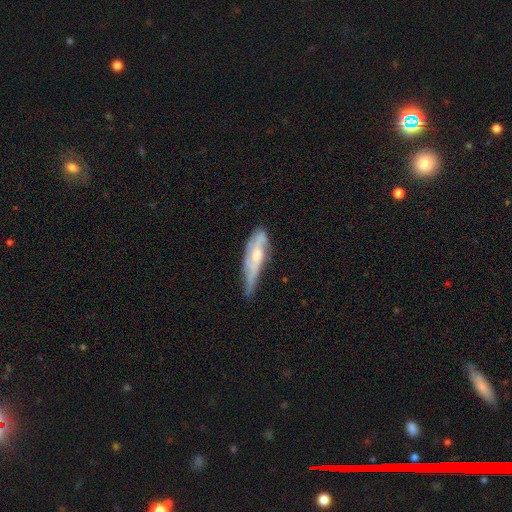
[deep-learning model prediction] Smooth or featured?
  - featured or disk: 52% *
  - smooth: 41%
  - star or artifact: 6%
Edge-on disk?
  - no: 54% *
  - yes: 46%
Merging?
  - minor disturbance: 44% *
  - none: 33%
  - major disturbance: 19%
  - merger: 3%